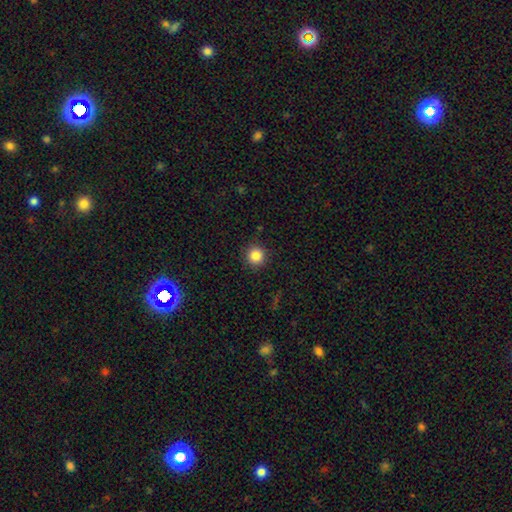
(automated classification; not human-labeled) Smooth or featured? smooth (84%)
How rounded? round (94%)
Merging? none (90%)